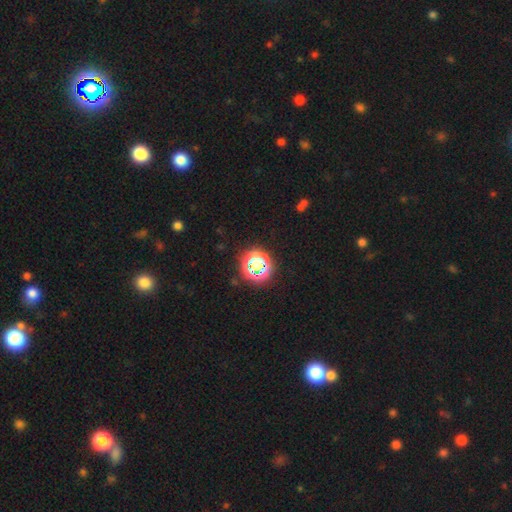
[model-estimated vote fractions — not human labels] Smooth or featured? Predicted: star or artifact (p=0.63).